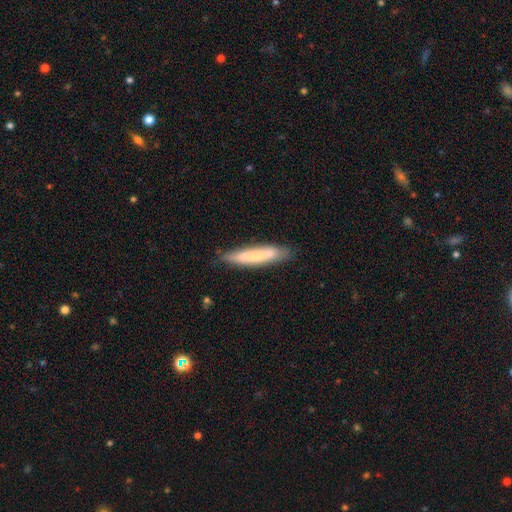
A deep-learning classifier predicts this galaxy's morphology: Q: Smooth or featured?
A: smooth (66%); runner-up: featured or disk (27%)
Q: How rounded?
A: cigar-shaped (88%); runner-up: in between (11%)
Q: Merging?
A: none (76%); runner-up: minor disturbance (17%)